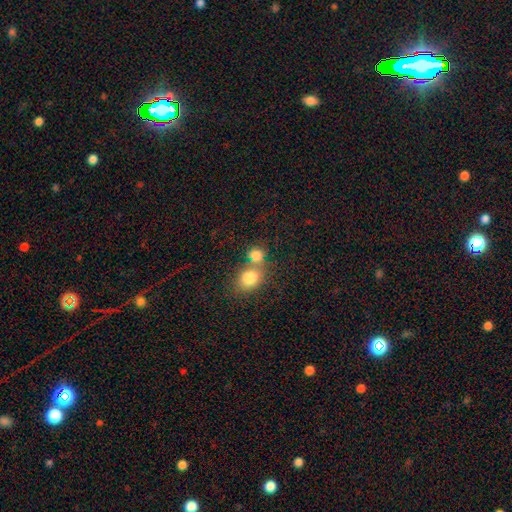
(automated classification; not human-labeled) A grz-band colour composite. It shows a smooth galaxy with no disk features (80%) that is round (67%). Merging: merger (53%).